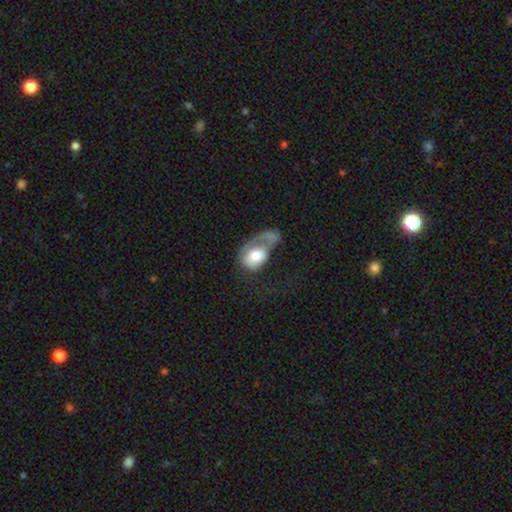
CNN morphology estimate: smooth_or_featured: smooth (p=0.60) [alt: featured or disk p=0.34]
how_rounded: in between (p=0.68) [alt: round p=0.30]
merging: major disturbance (p=0.57) [alt: minor disturbance p=0.16]